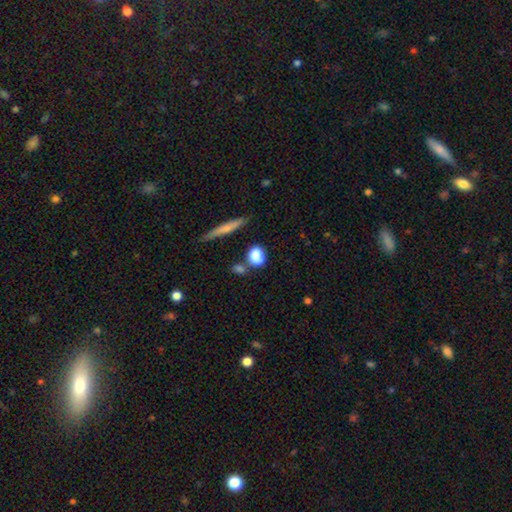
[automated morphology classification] A smooth galaxy with no disk features (83%) that is in between round and cigar-shaped (55%). Merging: none (56%).